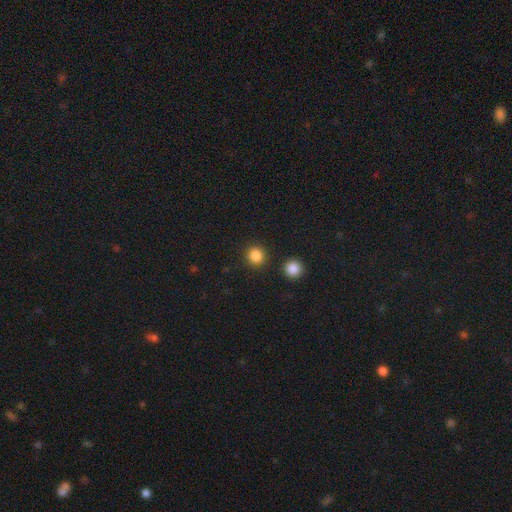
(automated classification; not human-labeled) Overall: smooth (86%). How rounded: round (89%). Merging: none (89%).